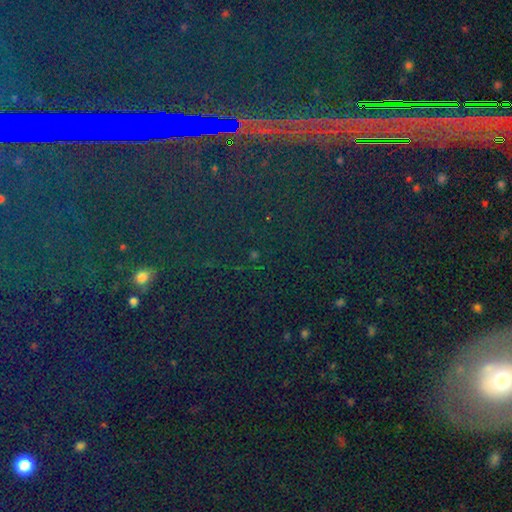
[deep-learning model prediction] A star or artifact, not a galaxy (84%).

Vote fractions:
- Smooth or featured? star or artifact: 84% / smooth: 8% / featured or disk: 8%